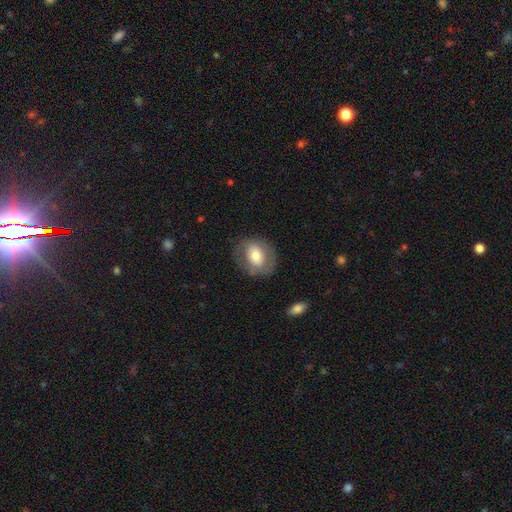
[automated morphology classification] type=smooth (57%); roundness=round (51%); merging=none (76%).